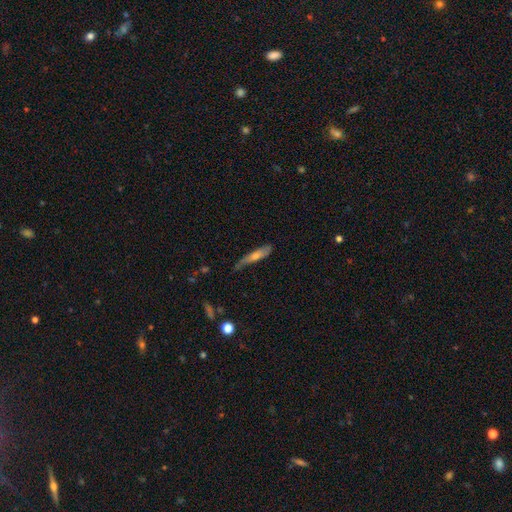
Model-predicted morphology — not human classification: Smooth or featured? smooth (52%)
How rounded? cigar-shaped (86%)
Merging? none (63%)